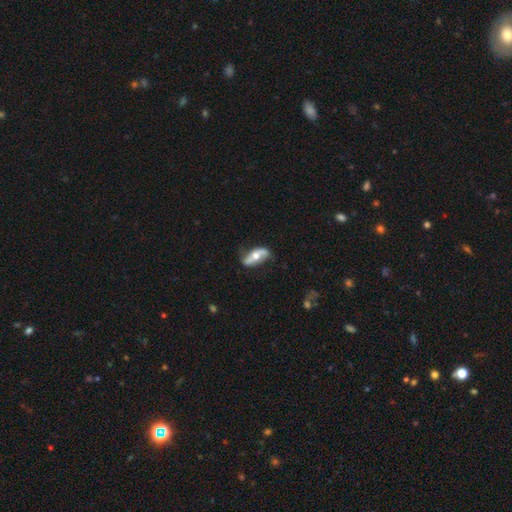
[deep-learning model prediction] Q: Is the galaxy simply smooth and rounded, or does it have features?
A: featured or disk — 68%.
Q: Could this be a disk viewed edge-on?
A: no — 80%.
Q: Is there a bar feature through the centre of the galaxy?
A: no — 51%.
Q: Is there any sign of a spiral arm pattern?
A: yes — 80%.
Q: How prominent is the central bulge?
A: moderate — 73%.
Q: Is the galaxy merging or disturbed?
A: none — 71%.